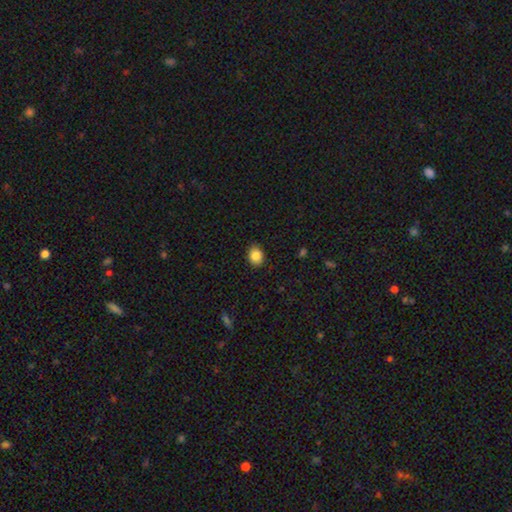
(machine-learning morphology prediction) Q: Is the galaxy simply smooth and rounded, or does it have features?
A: smooth — 86%.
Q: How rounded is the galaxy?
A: in between — 56%.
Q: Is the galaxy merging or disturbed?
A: none — 88%.